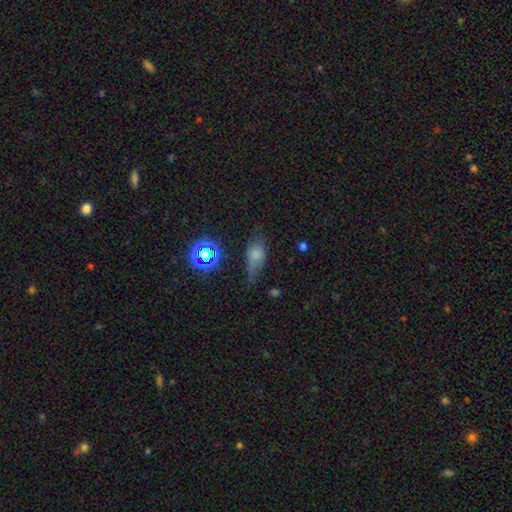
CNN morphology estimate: Overall: smooth (65%). How rounded: in between (75%). Merging: none (45%; minor disturbance 34%).